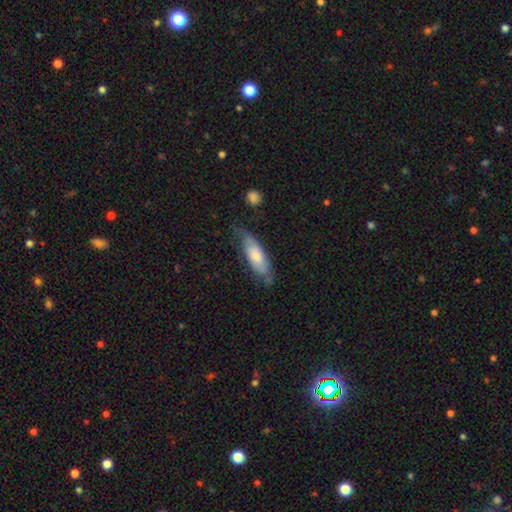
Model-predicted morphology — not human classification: A smooth galaxy with no disk features (63%) that is in between round and cigar-shaped (62%). Merging: none (57%).